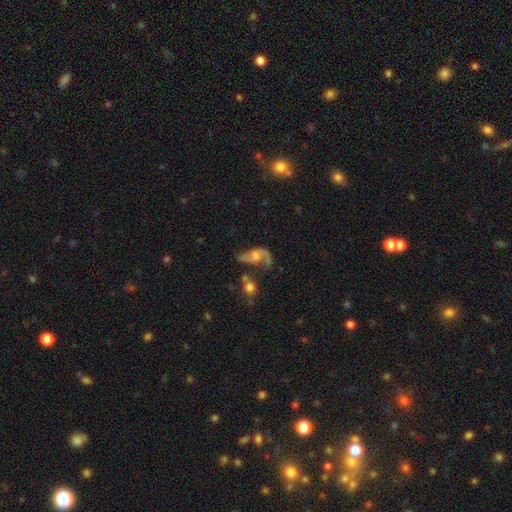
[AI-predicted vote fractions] Q: Smooth or featured?
A: featured or disk (71%); runner-up: smooth (20%)
Q: Edge-on disk?
A: no (95%); runner-up: yes (5%)
Q: Bar?
A: no (66%); runner-up: weak (28%)
Q: Spiral arms?
A: yes (86%); runner-up: no (14%)
Q: Spiral winding?
A: loose (65%); runner-up: medium (27%)
Q: Spiral arm count?
A: 2 (65%); runner-up: 1 (26%)
Q: Bulge size?
A: moderate (45%); runner-up: small (31%)
Q: Merging?
A: none (33%); runner-up: major disturbance (31%)